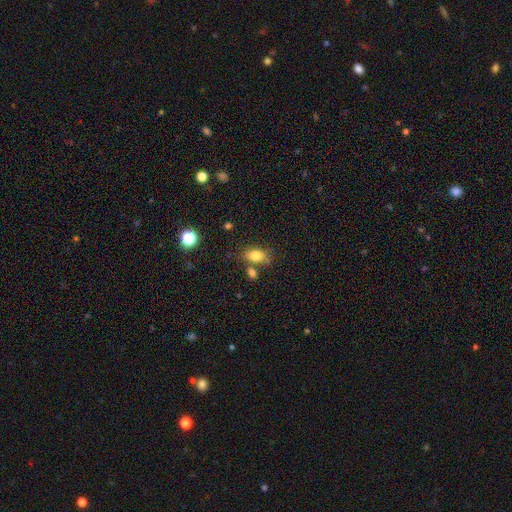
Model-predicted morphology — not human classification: Overall: smooth (81%). How rounded: in between (84%). Merging: none (65%).